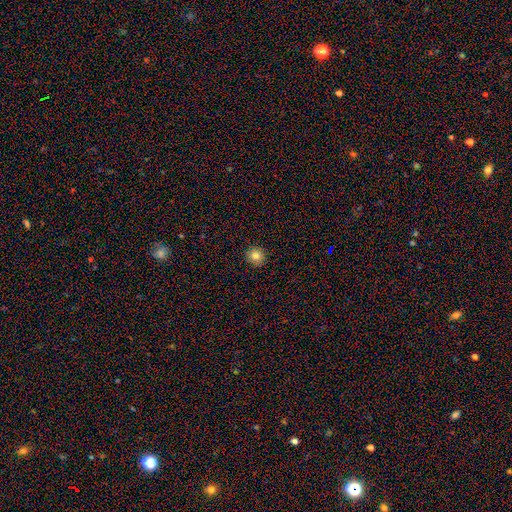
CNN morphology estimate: smooth-or-featured: smooth: 82% | star or artifact: 11% | featured or disk: 7%
  how-rounded: round: 90% | in between: 9% | cigar-shaped: 1%
  merging: none: 92% | minor disturbance: 6% | major disturbance: 2% | merger: 1%